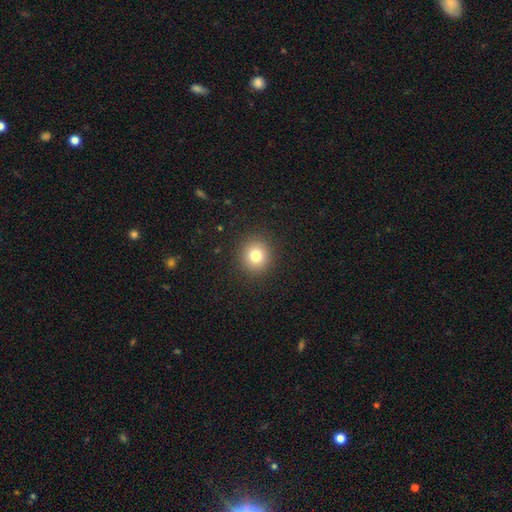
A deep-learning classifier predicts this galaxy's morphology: Q: Smooth or featured?
A: smooth (79%); runner-up: star or artifact (13%)
Q: How rounded?
A: round (89%); runner-up: in between (10%)
Q: Merging?
A: none (91%); runner-up: minor disturbance (6%)